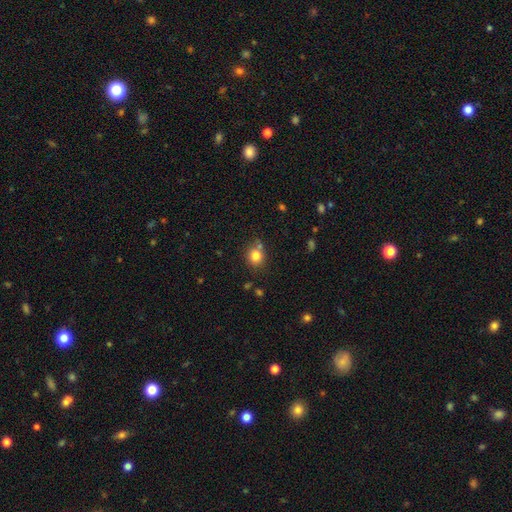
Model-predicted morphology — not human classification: type=smooth (81%); roundness=round (80%); merging=none (68%).